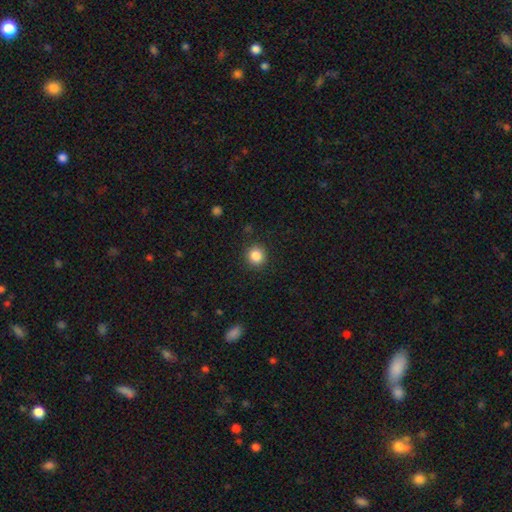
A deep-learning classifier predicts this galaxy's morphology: The model was most divided on "smooth or featured": smooth: 85%, star or artifact: 10%, featured or disk: 4%. More confident: how rounded — round (91%); merging — none (90%).